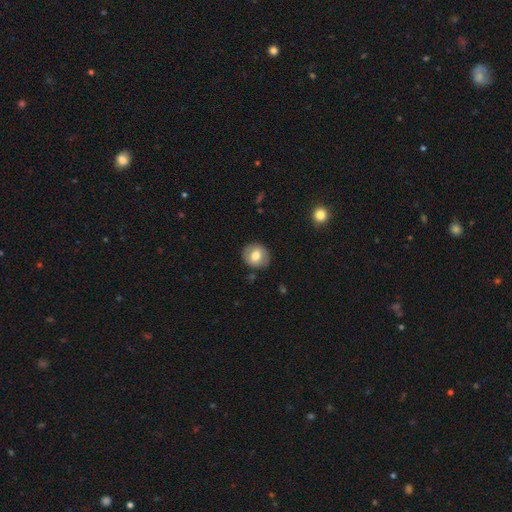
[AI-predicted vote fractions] A smooth galaxy with no disk features (70%) that is round (81%). Merging: none (86%).